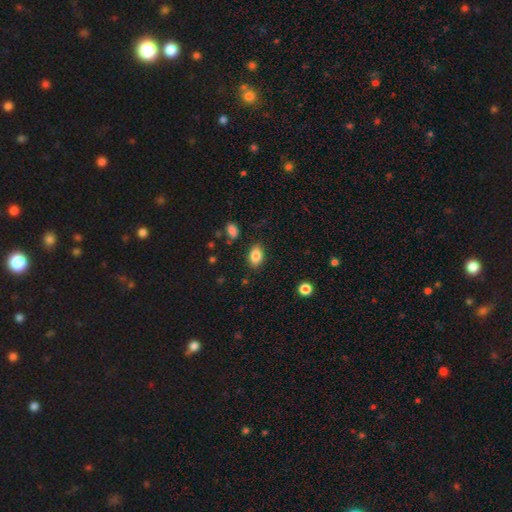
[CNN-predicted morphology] Smooth or featured?
  - smooth: 84% *
  - star or artifact: 9%
  - featured or disk: 7%
How rounded?
  - in between: 83% *
  - round: 16%
  - cigar-shaped: 1%
Merging?
  - none: 85% *
  - minor disturbance: 10%
  - major disturbance: 3%
  - merger: 2%